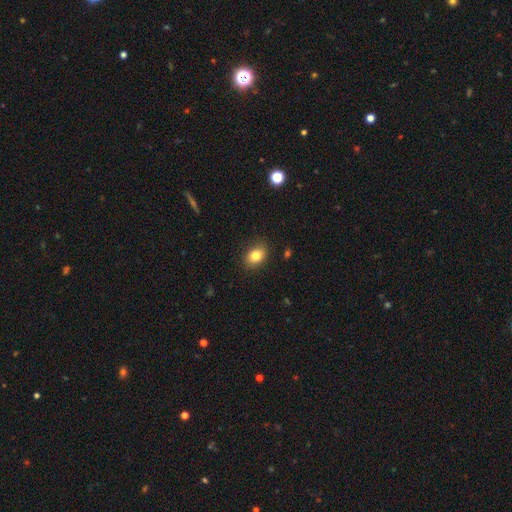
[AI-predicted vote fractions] A smooth galaxy with no disk features (82%) that is in between round and cigar-shaped (69%).

Vote fractions:
- Smooth or featured? smooth: 82% / star or artifact: 10% / featured or disk: 8%
- How rounded? in between: 69% / round: 30% / cigar-shaped: 1%
- Merging? none: 87% / minor disturbance: 10% / major disturbance: 2% / merger: 1%